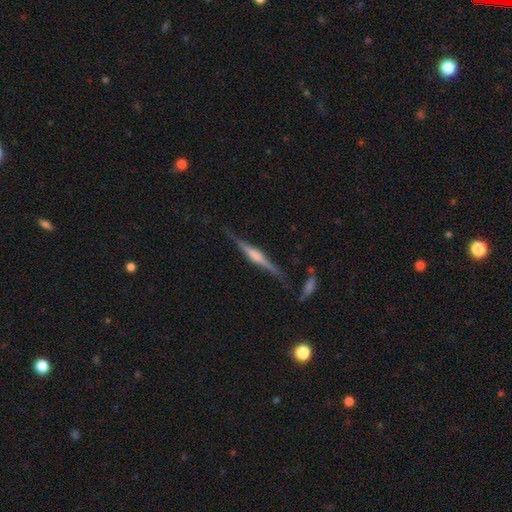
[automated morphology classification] type=featured or disk (76%); edge-on=yes (98%); edge-on bulge=rounded (56%); merging=none (82%).